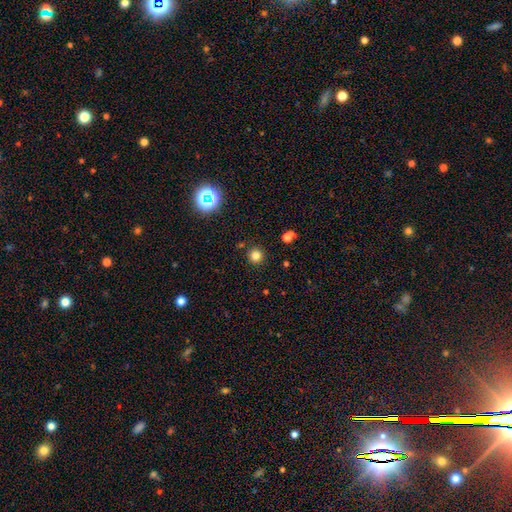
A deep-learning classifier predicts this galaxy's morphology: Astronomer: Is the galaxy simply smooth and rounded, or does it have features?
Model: smooth — 79%.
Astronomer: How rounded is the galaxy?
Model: round — 95%.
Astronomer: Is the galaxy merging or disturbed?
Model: none — 89%.